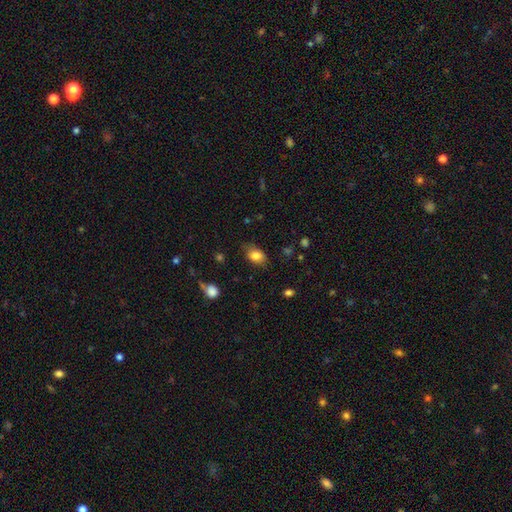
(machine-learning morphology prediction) Smooth or featured?
  - smooth: 83% *
  - star or artifact: 9%
  - featured or disk: 8%
How rounded?
  - in between: 77% *
  - round: 21%
  - cigar-shaped: 1%
Merging?
  - none: 74% *
  - minor disturbance: 20%
  - major disturbance: 5%
  - merger: 1%